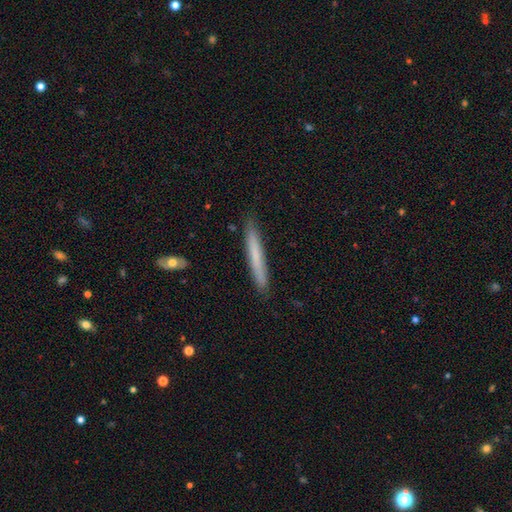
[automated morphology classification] Smooth or featured: smooth — 67% (featured or disk — 27%)
How rounded: cigar-shaped — 96% (in between — 2%)
Merging: none — 88% (minor disturbance — 9%)